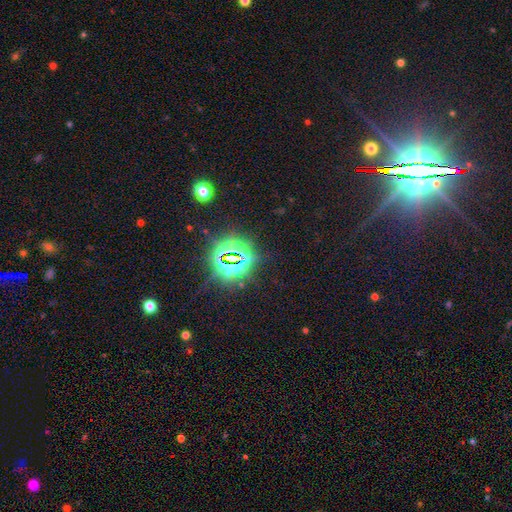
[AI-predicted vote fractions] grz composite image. It shows a star or artifact, not a galaxy (84%).